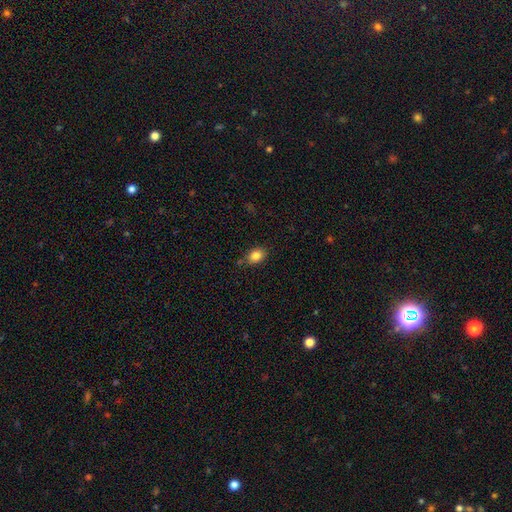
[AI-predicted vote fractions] Smooth or featured? Predicted: smooth (p=0.85). How rounded? Predicted: in between (p=0.73). Merging? Predicted: none (p=0.77).